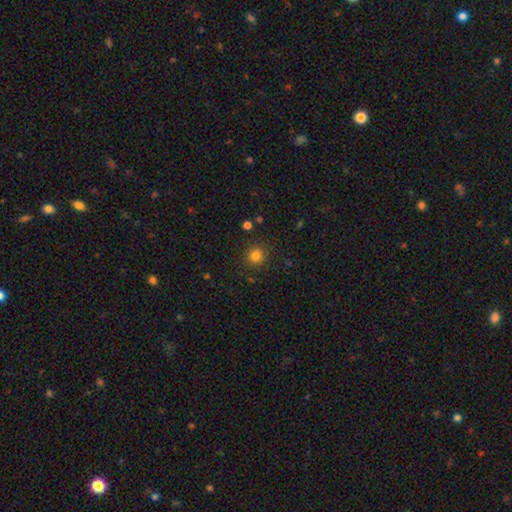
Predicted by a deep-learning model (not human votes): A smooth galaxy with no disk features (81%) that is round (93%).

Vote fractions:
- Smooth or featured? smooth: 81% / star or artifact: 14% / featured or disk: 5%
- How rounded? round: 93% / in between: 6% / cigar-shaped: 1%
- Merging? none: 89% / minor disturbance: 7% / major disturbance: 3% / merger: 2%